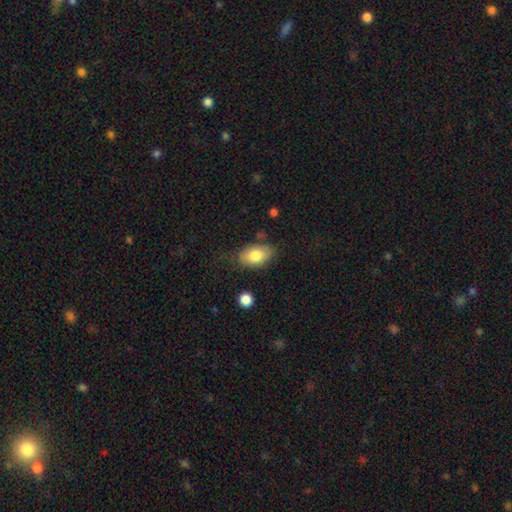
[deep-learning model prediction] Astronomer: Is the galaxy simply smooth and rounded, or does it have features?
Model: smooth — 80%.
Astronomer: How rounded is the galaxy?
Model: in between — 91%.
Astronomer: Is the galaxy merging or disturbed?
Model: none — 73%.